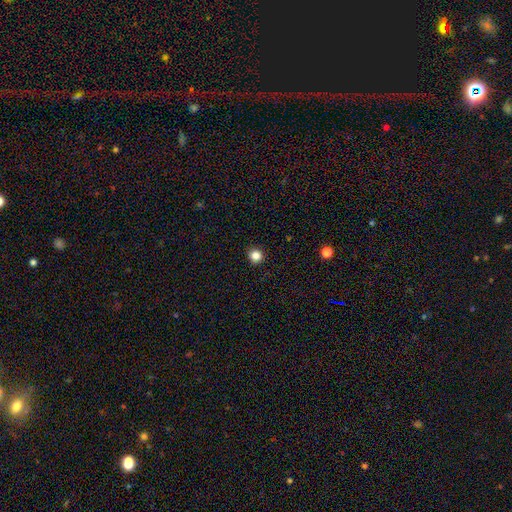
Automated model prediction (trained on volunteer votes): Smooth or featured: smooth — 84% (star or artifact — 12%)
How rounded: round — 93% (in between — 6%)
Merging: none — 92% (minor disturbance — 5%)